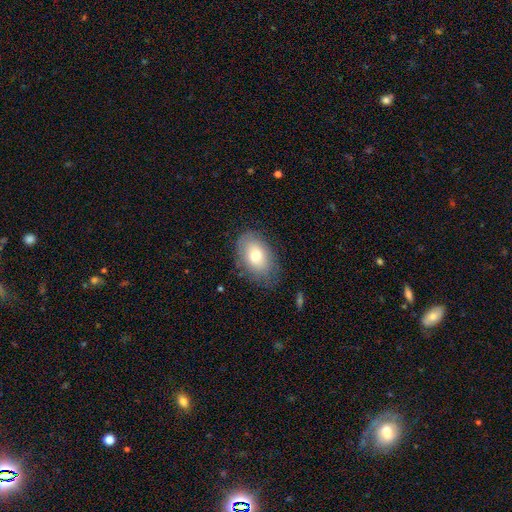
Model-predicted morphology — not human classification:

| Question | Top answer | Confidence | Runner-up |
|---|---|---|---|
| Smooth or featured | smooth | 71% | featured or disk (20%) |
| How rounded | in between | 88% | round (10%) |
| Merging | none | 74% | minor disturbance (19%) |